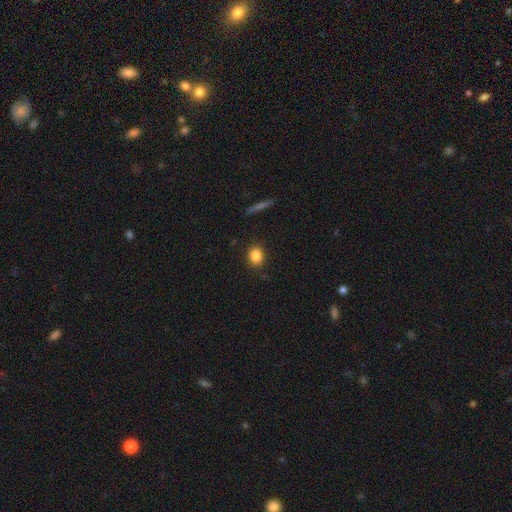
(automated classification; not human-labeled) A smooth galaxy with no disk features (85%) that is round (62%).

Vote fractions:
- Smooth or featured? smooth: 85% / star or artifact: 9% / featured or disk: 5%
- How rounded? round: 62% / in between: 36% / cigar-shaped: 2%
- Merging? none: 86% / minor disturbance: 10% / major disturbance: 2% / merger: 1%